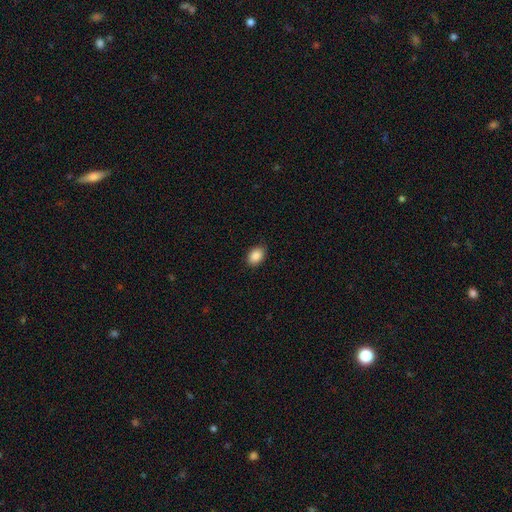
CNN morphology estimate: Overall: smooth (88%). How rounded: in between (76%). Merging: none (85%).